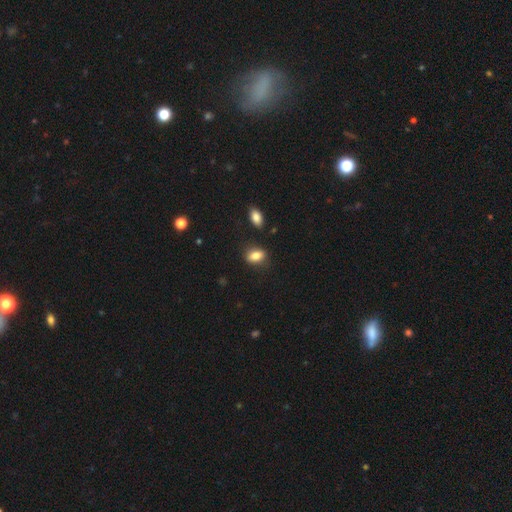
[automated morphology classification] A smooth galaxy with no disk features (82%) that is in between round and cigar-shaped (81%). Merging: none (81%).